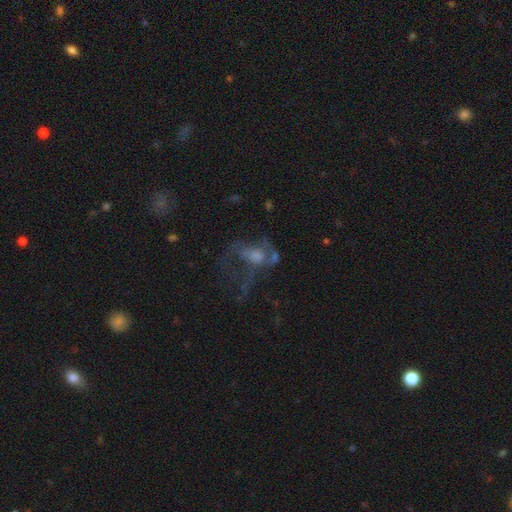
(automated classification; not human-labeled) Smooth or featured: featured or disk — 54% (smooth — 26%)
Edge-on disk: no — 94% (yes — 6%)
Bar: no — 78% (weak — 18%)
Spiral arms: no — 68% (yes — 32%)
Bulge size: moderate — 38% (small — 24%)
Merging: major disturbance — 50% (none — 27%)